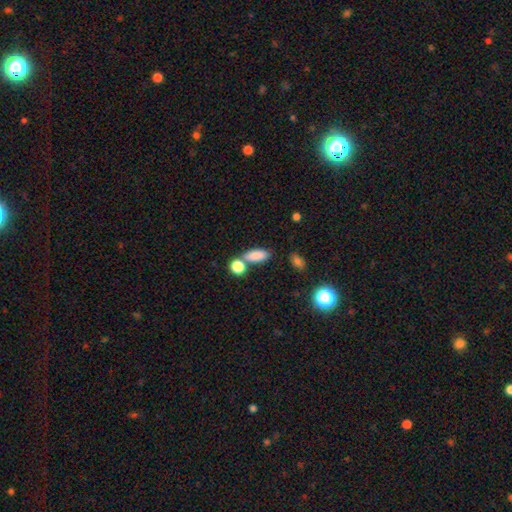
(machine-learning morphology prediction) type=smooth (84%); roundness=in between (76%); merging=none (61%).